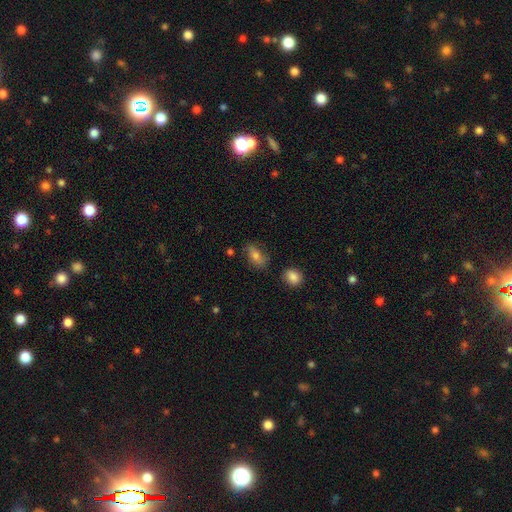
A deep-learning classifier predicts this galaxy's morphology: smooth 73%, featured or disk 18%, star or artifact 10%. Down the decision tree: how rounded — in between (83%); merging — none (68%).